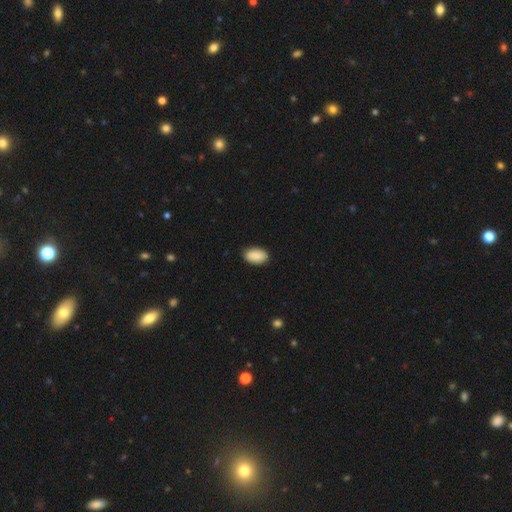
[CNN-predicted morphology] This is clearly a smooth galaxy (90%). How rounded: clearly in between (94%). Merging: clearly none (88%).